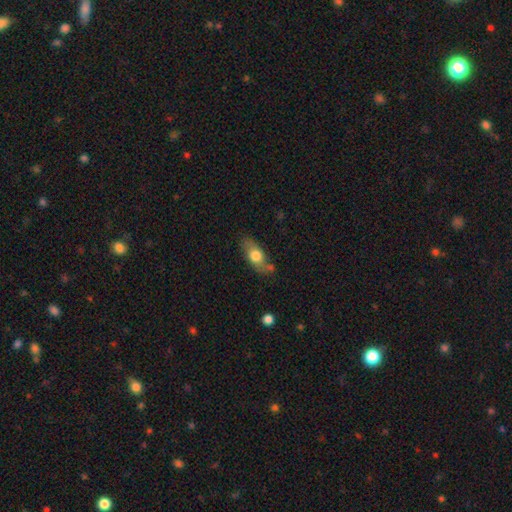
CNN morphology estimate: Overall: smooth (63%; featured or disk 30%). How rounded: in between (79%). Merging: none (69%).